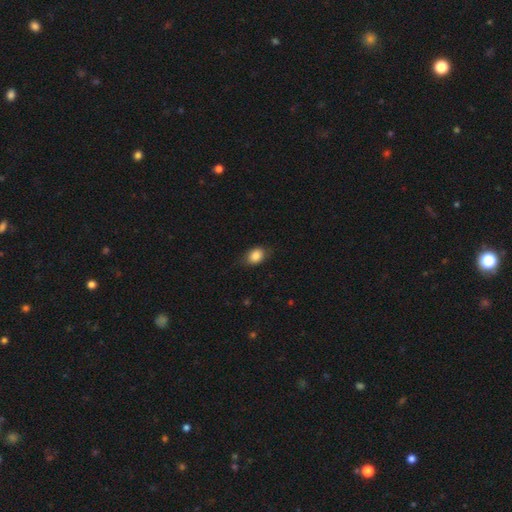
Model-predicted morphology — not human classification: smooth-or-featured: smooth: 85% | star or artifact: 8% | featured or disk: 7%
  how-rounded: in between: 72% | round: 26% | cigar-shaped: 1%
  merging: none: 75% | minor disturbance: 19% | major disturbance: 5% | merger: 1%